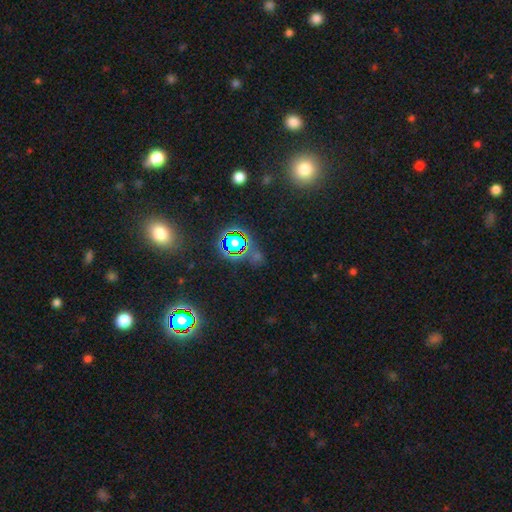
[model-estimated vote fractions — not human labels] smooth_or_featured: star or artifact (p=0.66) [alt: smooth p=0.23]